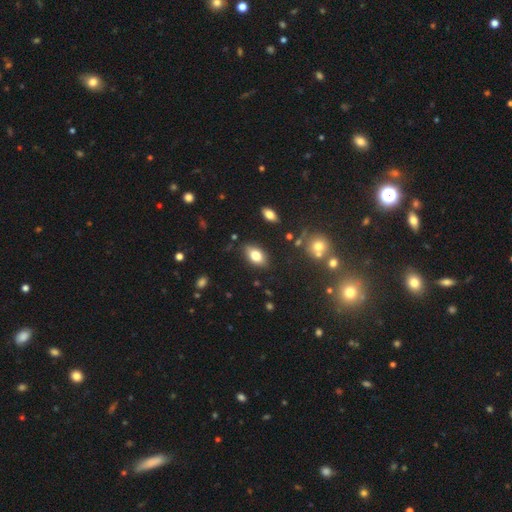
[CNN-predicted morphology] Q: Smooth or featured?
A: smooth (77%); runner-up: featured or disk (14%)
Q: How rounded?
A: in between (89%); runner-up: round (8%)
Q: Merging?
A: none (81%); runner-up: minor disturbance (13%)